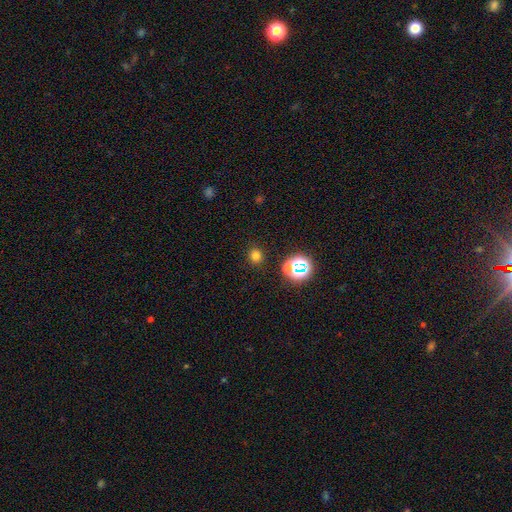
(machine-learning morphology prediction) A smooth galaxy with no disk features (71%) that is round (82%). Merging: none (86%).